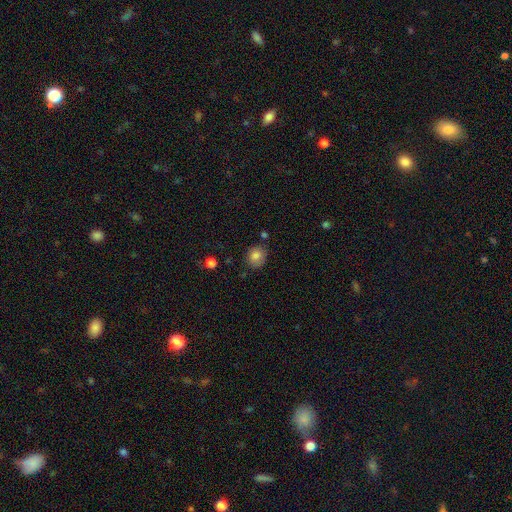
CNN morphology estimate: smooth 82%, star or artifact 10%, featured or disk 8%. Down the decision tree: how rounded — round (71%); merging — none (77%).